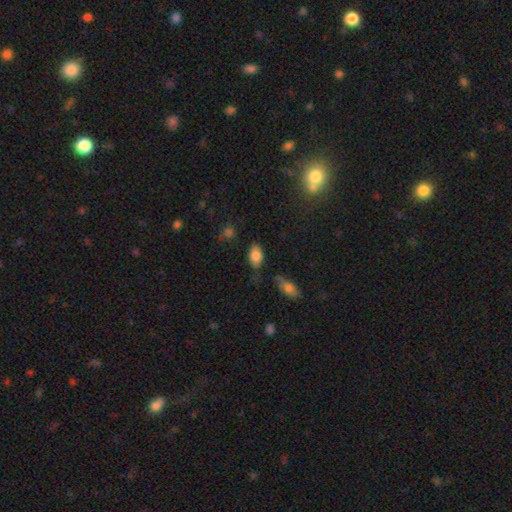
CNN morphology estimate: Smooth or featured? Predicted: smooth (p=0.84). How rounded? Predicted: in between (p=0.92). Merging? Predicted: none (p=0.74).